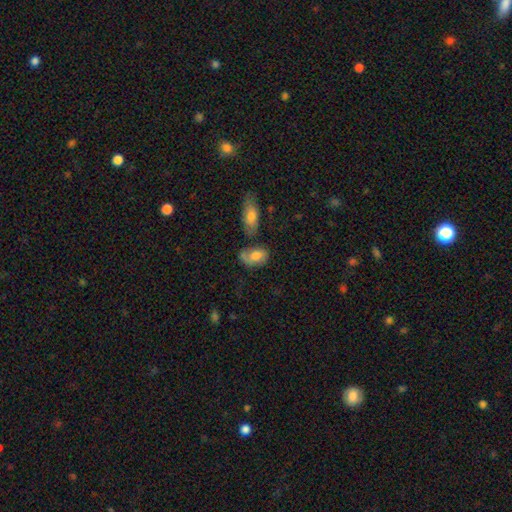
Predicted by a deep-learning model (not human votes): A smooth galaxy with no disk features (71%) that is in between round and cigar-shaped (84%). Merging: none (48%).